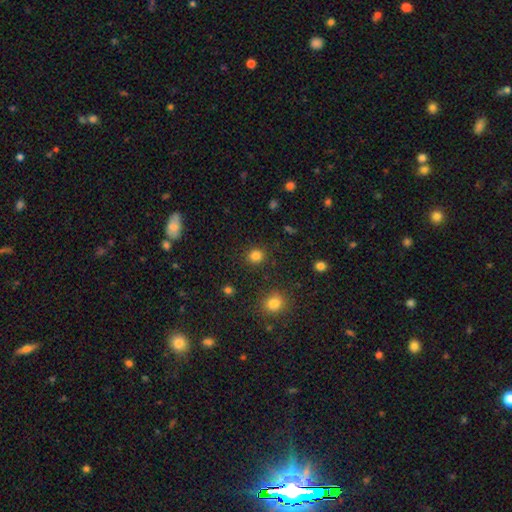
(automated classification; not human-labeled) Smooth or featured?
  - smooth: 83% *
  - star or artifact: 12%
  - featured or disk: 4%
How rounded?
  - round: 86% *
  - in between: 13%
  - cigar-shaped: 1%
Merging?
  - none: 89% *
  - minor disturbance: 6%
  - major disturbance: 2%
  - merger: 2%